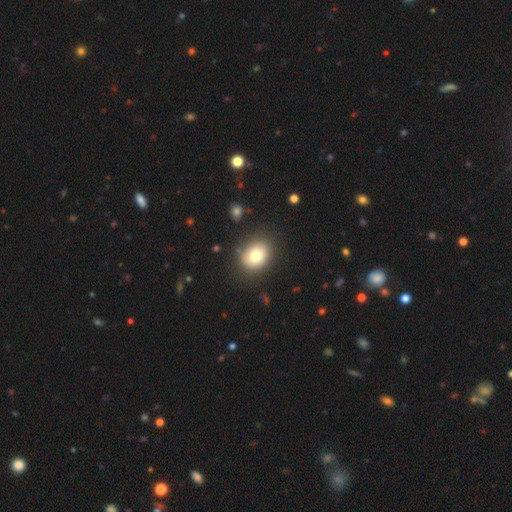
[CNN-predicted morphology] Smooth or featured?
  - smooth: 77% *
  - featured or disk: 13%
  - star or artifact: 10%
How rounded?
  - round: 52% *
  - in between: 47%
  - cigar-shaped: 1%
Merging?
  - none: 83% *
  - minor disturbance: 12%
  - major disturbance: 4%
  - merger: 2%